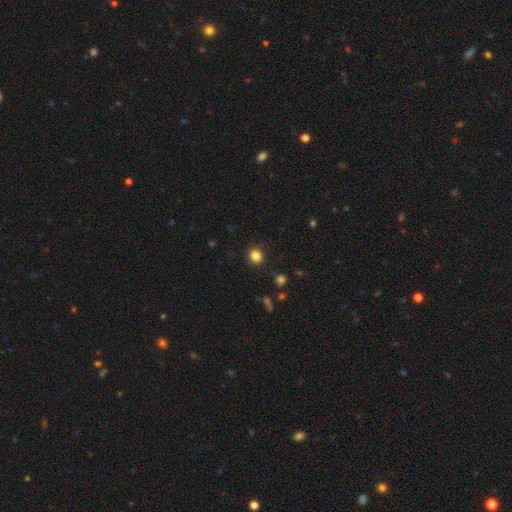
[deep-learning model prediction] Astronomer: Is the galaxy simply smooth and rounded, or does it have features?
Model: smooth — 84%.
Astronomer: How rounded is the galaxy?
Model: round — 79%.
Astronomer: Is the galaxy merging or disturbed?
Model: none — 87%.